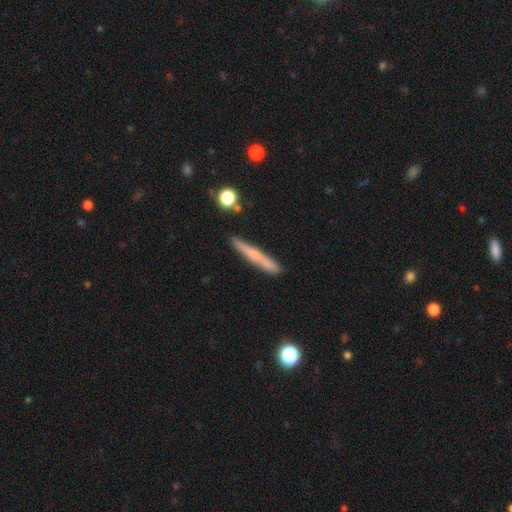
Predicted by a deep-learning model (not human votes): Smooth or featured? smooth (55%)
How rounded? cigar-shaped (95%)
Merging? none (84%)